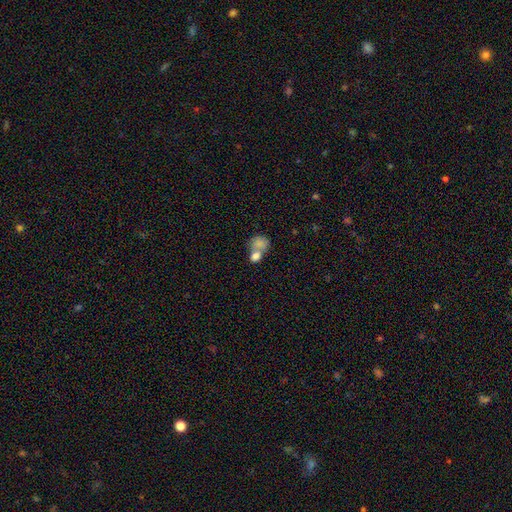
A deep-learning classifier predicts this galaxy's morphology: This is likely a smooth galaxy (79%). How rounded: possibly in between (58%). Merging: likely merger (63%).